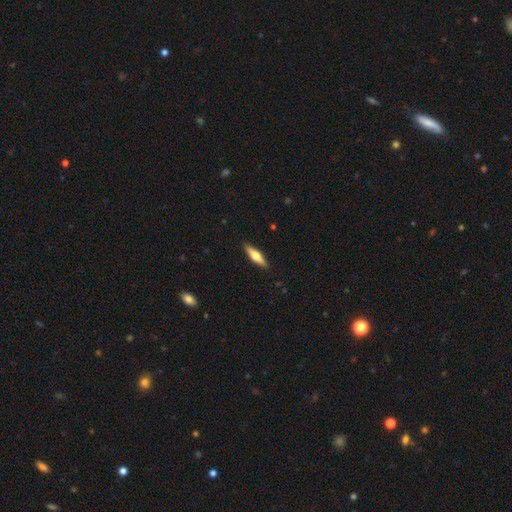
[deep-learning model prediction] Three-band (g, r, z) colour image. It shows a smooth galaxy with no disk features (49%). Merging: none (90%).